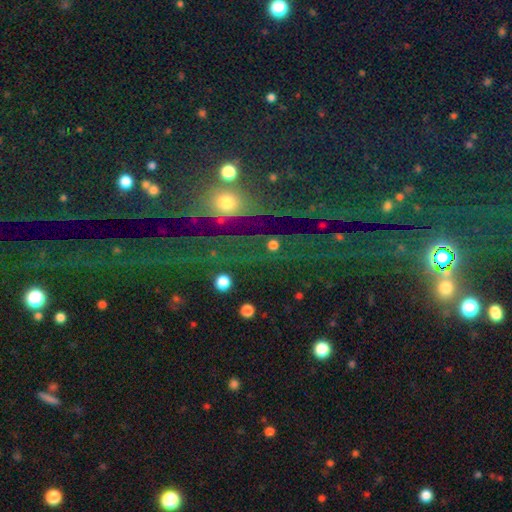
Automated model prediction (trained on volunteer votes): A star or artifact, not a galaxy (61%).